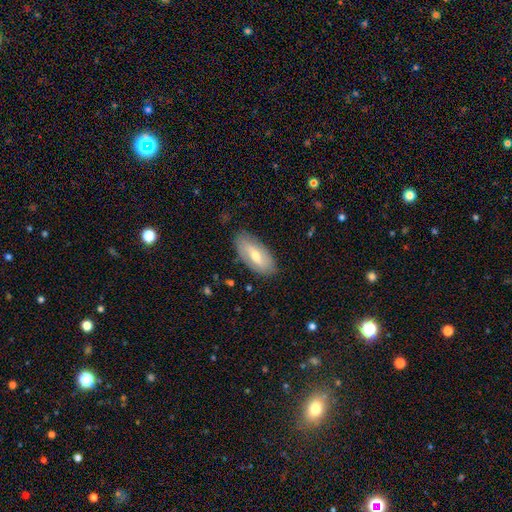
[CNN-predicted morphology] type=smooth (53%); roundness=in between (88%); merging=none (82%).